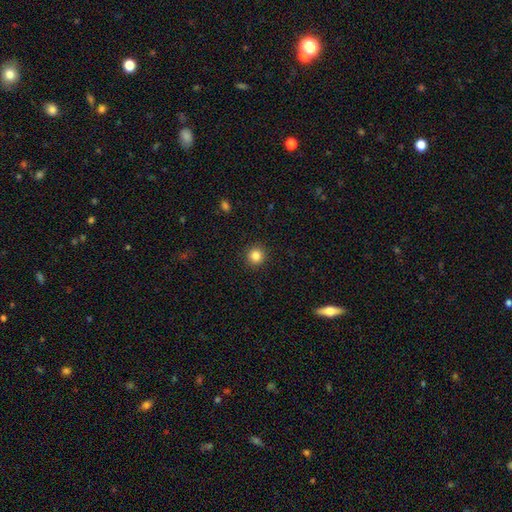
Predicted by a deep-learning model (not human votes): Smooth or featured?
  - smooth: 84% *
  - star or artifact: 11%
  - featured or disk: 5%
How rounded?
  - round: 94% *
  - in between: 5%
  - cigar-shaped: 1%
Merging?
  - none: 92% *
  - minor disturbance: 5%
  - major disturbance: 2%
  - merger: 1%